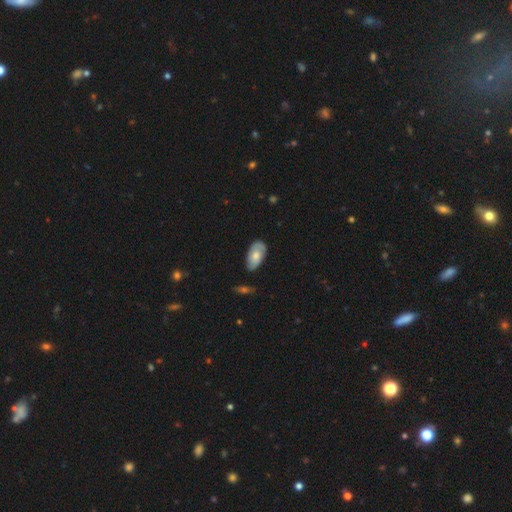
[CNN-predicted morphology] Smooth or featured? Predicted: smooth (p=0.56). How rounded? Predicted: in between (p=0.94). Merging? Predicted: none (p=0.76).